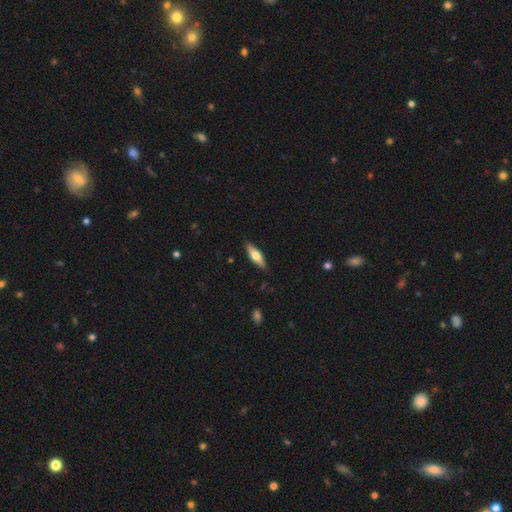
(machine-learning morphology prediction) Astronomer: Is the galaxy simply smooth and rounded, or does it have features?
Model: smooth — 59% (runner-up: featured or disk, 35%).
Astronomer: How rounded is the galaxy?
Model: cigar-shaped — 54% (runner-up: in between, 44%).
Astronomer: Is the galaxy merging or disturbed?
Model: none — 87%.